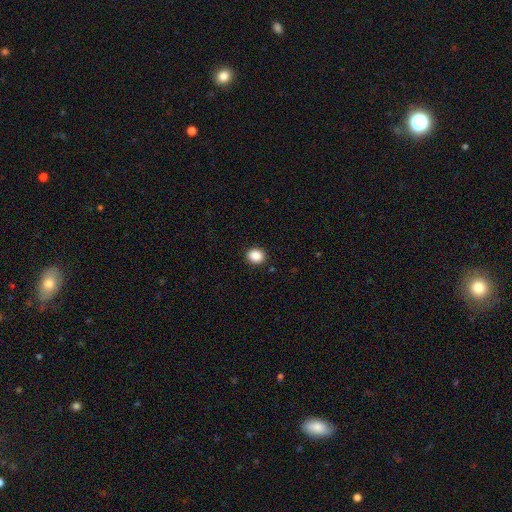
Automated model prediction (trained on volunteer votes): Smooth or featured? smooth (88%)
How rounded? round (71%)
Merging? none (91%)